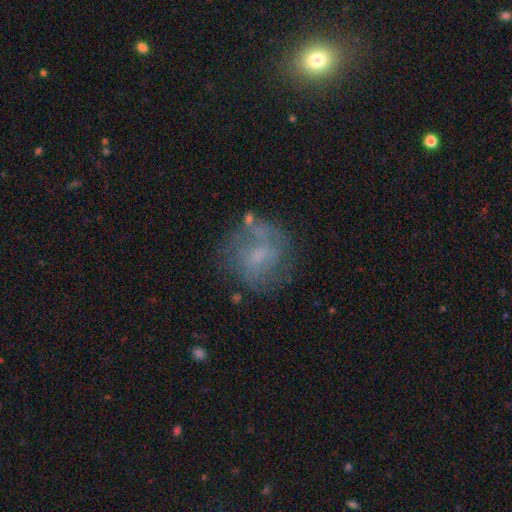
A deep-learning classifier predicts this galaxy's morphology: A featured or disk galaxy (49%). Merging: none (66%).